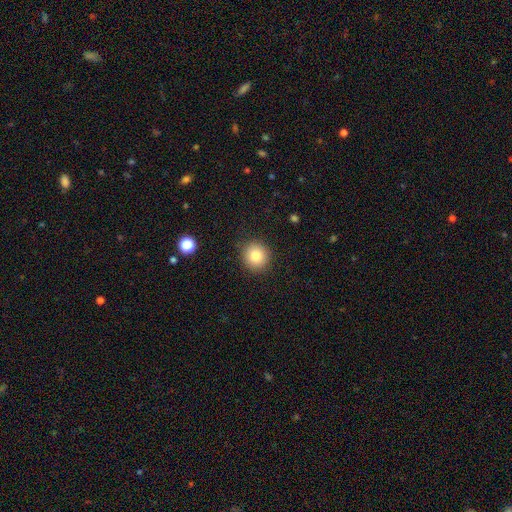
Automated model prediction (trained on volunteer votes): A smooth galaxy with no disk features (83%) that is round (92%).

Vote fractions:
- Smooth or featured? smooth: 83% / star or artifact: 10% / featured or disk: 7%
- How rounded? round: 92% / in between: 7% / cigar-shaped: 1%
- Merging? none: 89% / minor disturbance: 7% / major disturbance: 2% / merger: 1%